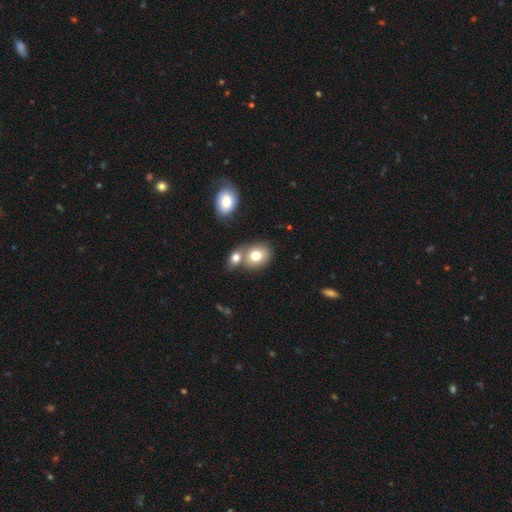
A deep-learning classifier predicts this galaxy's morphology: smooth_or_featured: smooth (p=0.77) [alt: featured or disk p=0.13]
how_rounded: round (p=0.53) [alt: in between p=0.45]
merging: none (p=0.48) [alt: merger p=0.38]